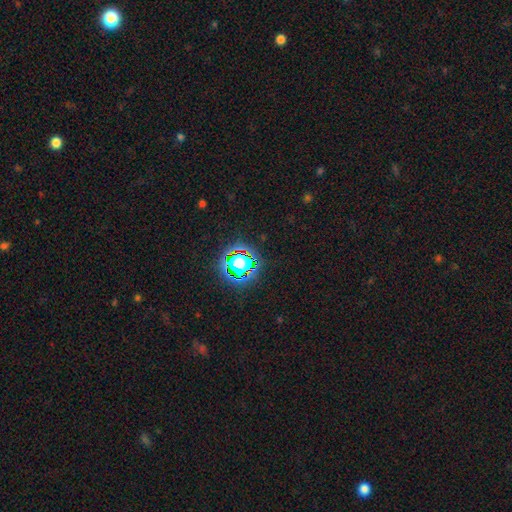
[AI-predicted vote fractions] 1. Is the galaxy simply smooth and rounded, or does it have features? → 81% star or artifact, 12% smooth, 7% featured or disk.